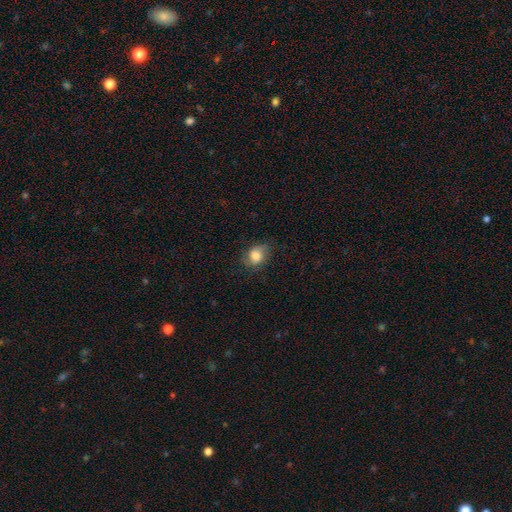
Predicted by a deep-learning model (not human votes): Morphology: type=smooth (74%); roundness=round (52%); merging=none (64%).